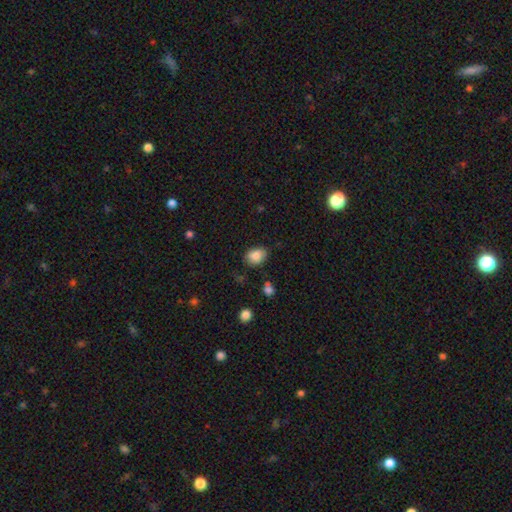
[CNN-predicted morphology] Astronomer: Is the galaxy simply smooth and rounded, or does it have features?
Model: smooth — 85%.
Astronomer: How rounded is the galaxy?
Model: in between — 69%.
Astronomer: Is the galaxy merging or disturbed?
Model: none — 71%.